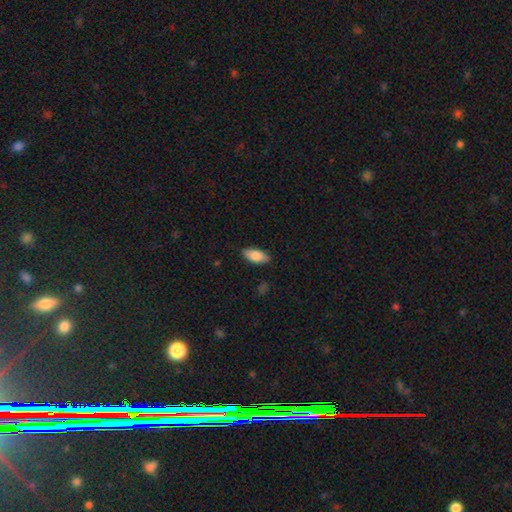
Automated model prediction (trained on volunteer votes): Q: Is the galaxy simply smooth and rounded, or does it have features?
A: smooth — 81%.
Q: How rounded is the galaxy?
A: in between — 87%.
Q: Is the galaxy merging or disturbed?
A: none — 86%.